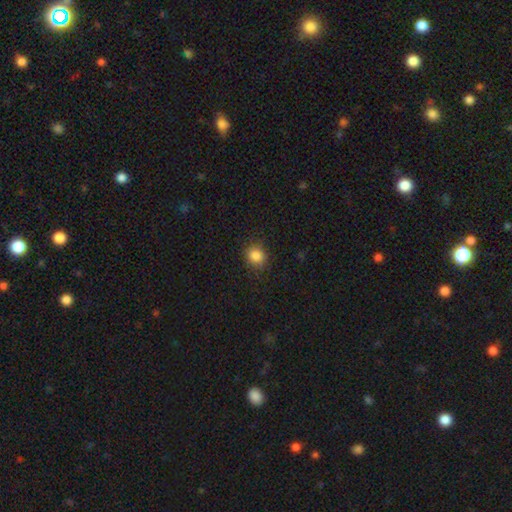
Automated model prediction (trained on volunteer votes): Smooth or featured? Predicted: smooth (p=0.86). How rounded? Predicted: round (p=0.76). Merging? Predicted: none (p=0.84).